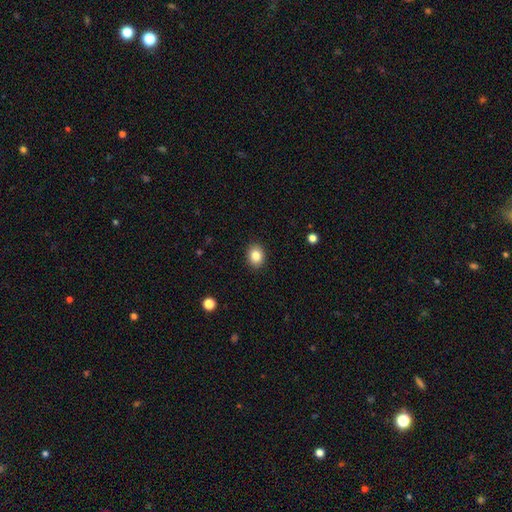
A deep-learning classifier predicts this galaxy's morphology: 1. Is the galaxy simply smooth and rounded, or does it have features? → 85% smooth, 9% star or artifact, 6% featured or disk.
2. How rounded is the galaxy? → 51% round, 49% in between, 1% cigar-shaped.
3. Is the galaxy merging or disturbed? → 90% none, 7% minor disturbance, 2% major disturbance, 1% merger.